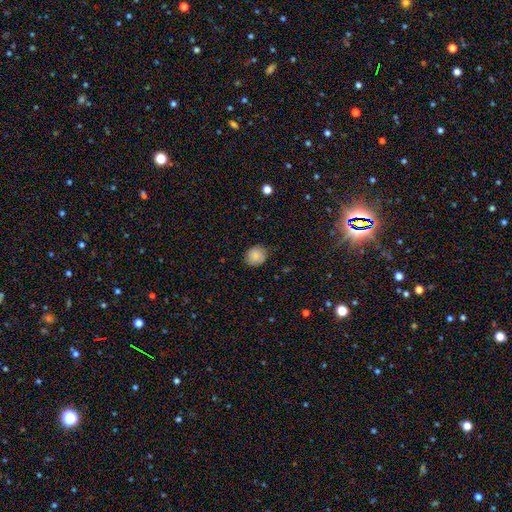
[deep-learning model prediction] smooth 85%, star or artifact 8%, featured or disk 7%. Down the decision tree: how rounded — round (74%); merging — none (81%).